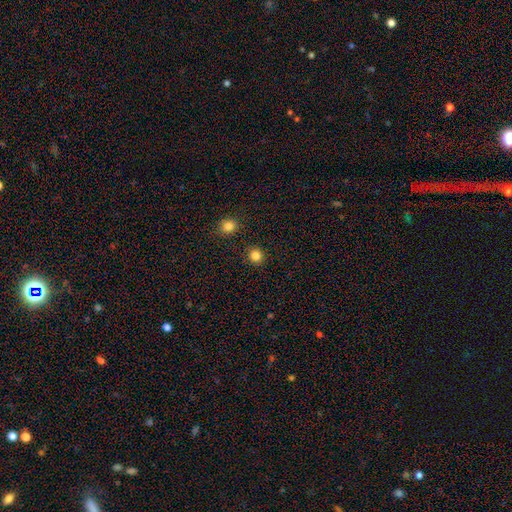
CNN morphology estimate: Smooth or featured: smooth — 84% (star or artifact — 12%)
How rounded: round — 89% (in between — 10%)
Merging: none — 91% (minor disturbance — 5%)